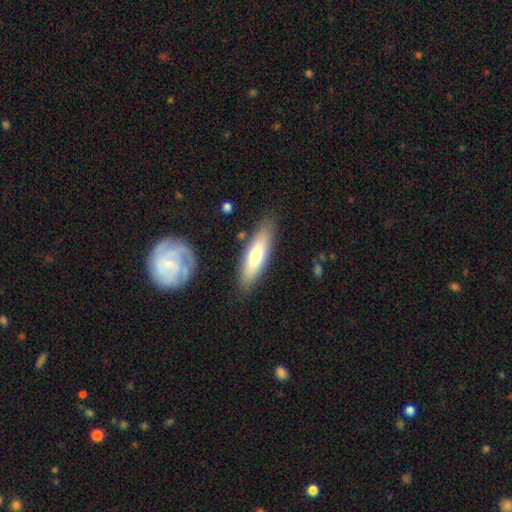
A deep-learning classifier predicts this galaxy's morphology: smooth 65%, featured or disk 30%, star or artifact 6%. Down the decision tree: how rounded — cigar-shaped (58%); merging — none (82%).